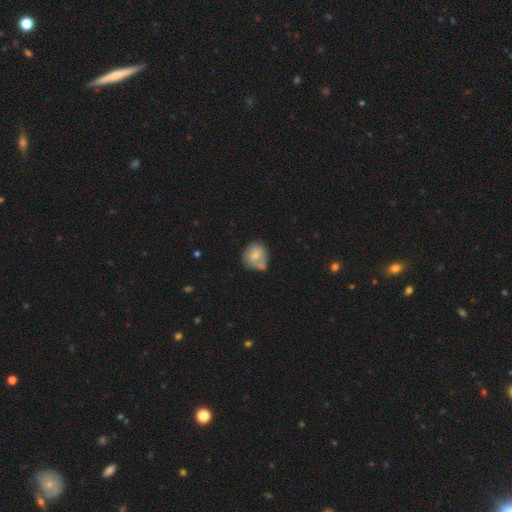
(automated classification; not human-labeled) smooth 65%, featured or disk 28%, star or artifact 8%. Down the decision tree: how rounded — round (70%); merging — none (41%).